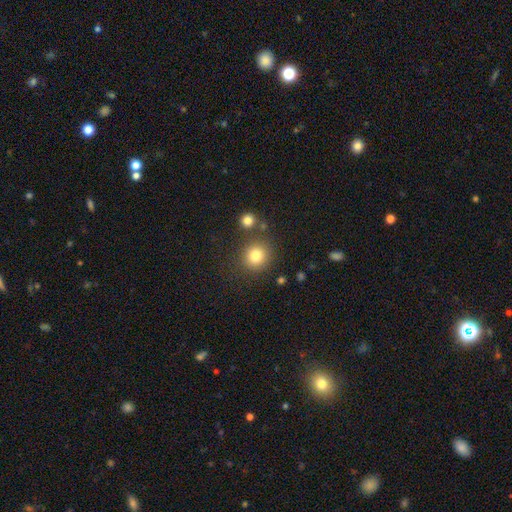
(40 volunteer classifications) Smooth or featured: smooth — 88% (star or artifact — 8%)
How rounded: round — 94% (in between — 6%)
Merging: none — 89% (minor disturbance — 8%)